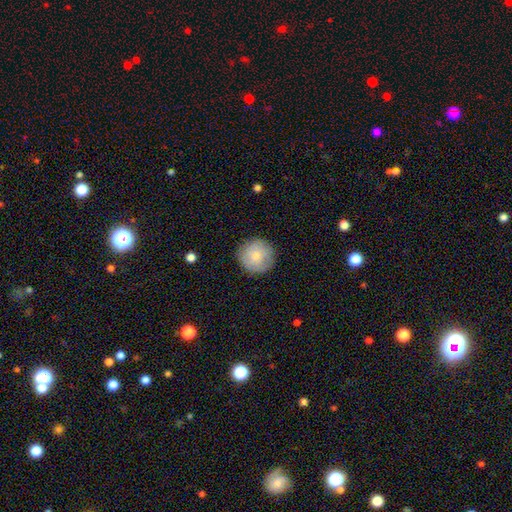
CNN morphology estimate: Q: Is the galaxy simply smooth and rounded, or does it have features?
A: smooth — 77%.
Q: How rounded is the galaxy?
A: round — 95%.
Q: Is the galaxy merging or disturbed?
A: none — 87%.